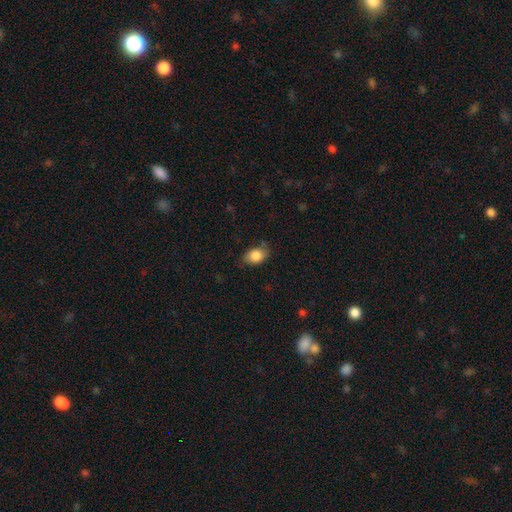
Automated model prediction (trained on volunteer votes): A smooth galaxy with no disk features (84%) that is in between round and cigar-shaped (83%). Merging: none (73%).